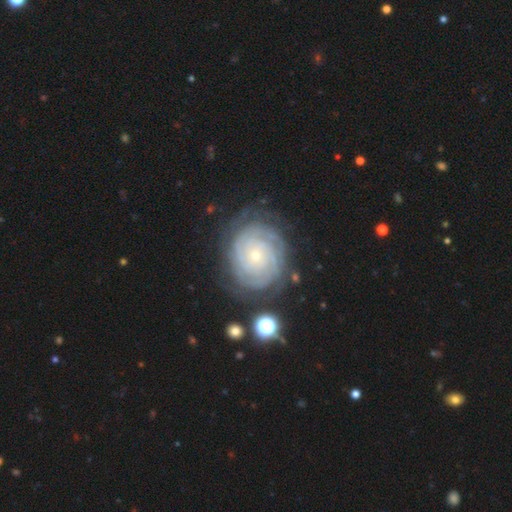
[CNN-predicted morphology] smooth-or-featured: featured or disk: 88% | smooth: 6% | star or artifact: 6%
  disk-edge-on: no: 98% | yes: 2%
    bar: no: 81% | weak: 15% | strong: 5%
    has-spiral-arms: yes: 98% | no: 2%
      spiral-winding: tight: 87% | medium: 11% | loose: 2%
      spiral-arm-count: can't tell: 25% | 4: 24% | 3: 18% | 2: 14% | more than 4: 13% | 1: 7%
    bulge-size: small: 79% | moderate: 18% | none: 1% | large: 1% | dominant: 1%
  merging: none: 78% | minor disturbance: 15% | major disturbance: 5% | merger: 2%